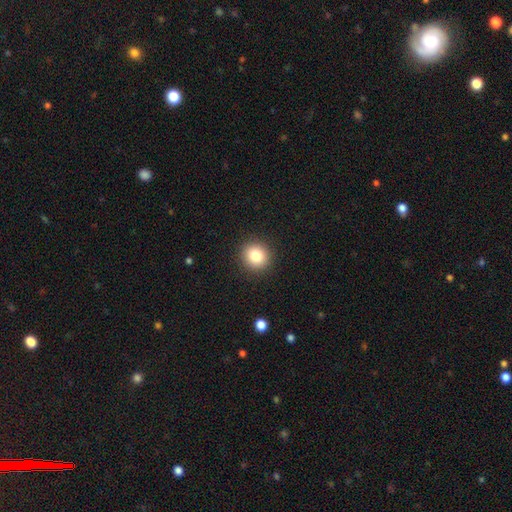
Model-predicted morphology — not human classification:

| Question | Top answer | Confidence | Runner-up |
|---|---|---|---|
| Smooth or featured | smooth | 82% | star or artifact (11%) |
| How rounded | round | 90% | in between (9%) |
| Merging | none | 91% | minor disturbance (6%) |